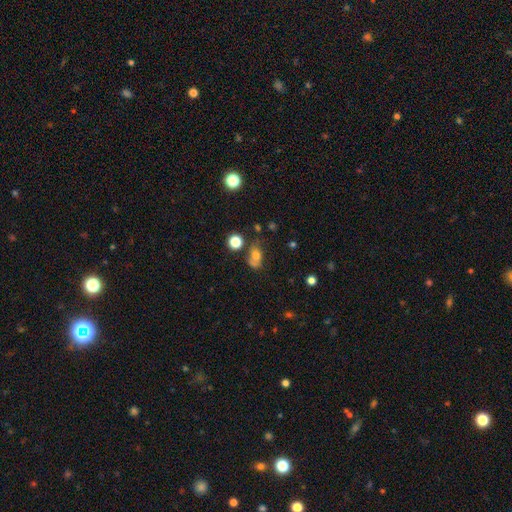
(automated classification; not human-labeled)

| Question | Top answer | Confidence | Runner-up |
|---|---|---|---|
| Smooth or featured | smooth | 66% | featured or disk (19%) |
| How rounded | in between | 67% | round (30%) |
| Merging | none | 42% | minor disturbance (25%) |